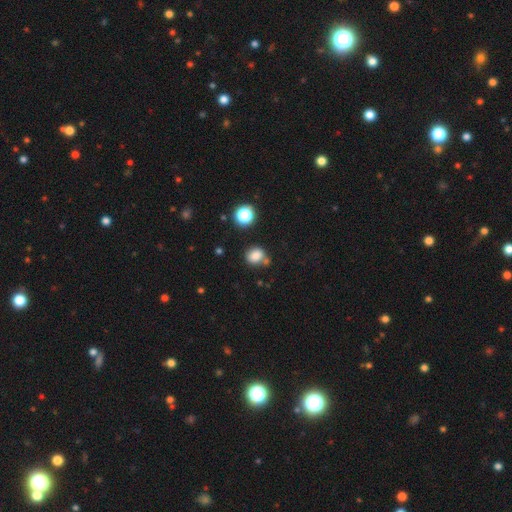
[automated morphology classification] smooth-or-featured: smooth: 80% | star or artifact: 13% | featured or disk: 7%
  how-rounded: round: 66% | in between: 32% | cigar-shaped: 1%
  merging: none: 64% | merger: 16% | minor disturbance: 15% | major disturbance: 5%